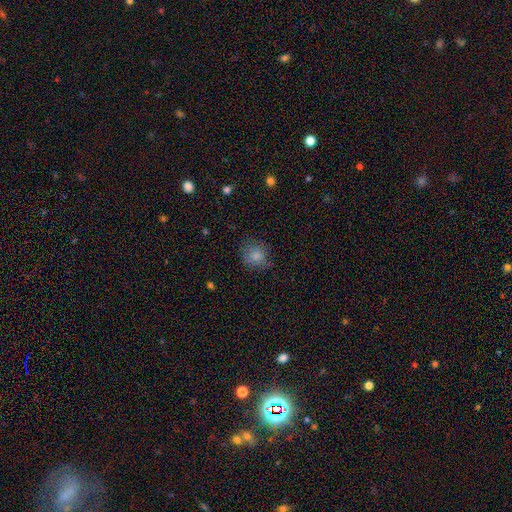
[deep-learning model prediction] This is likely a smooth galaxy (80%). How rounded: likely round (80%). Merging: likely none (68%).